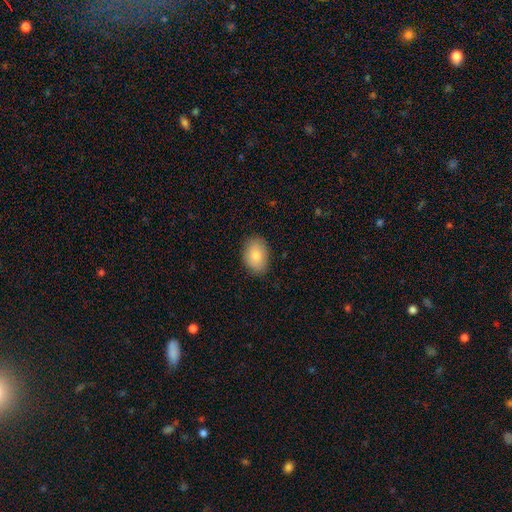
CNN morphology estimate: Smooth or featured? Predicted: smooth (p=0.85). How rounded? Predicted: in between (p=0.81). Merging? Predicted: none (p=0.84).